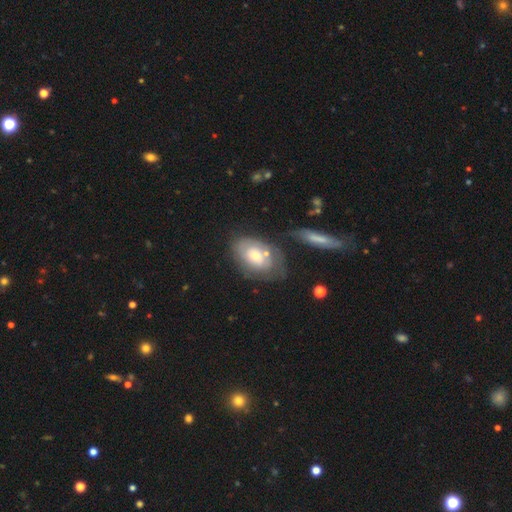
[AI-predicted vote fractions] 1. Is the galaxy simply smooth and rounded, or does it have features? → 50% featured or disk, 44% smooth, 7% star or artifact.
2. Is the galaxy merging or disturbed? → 47% none, 23% minor disturbance, 17% merger, 13% major disturbance.